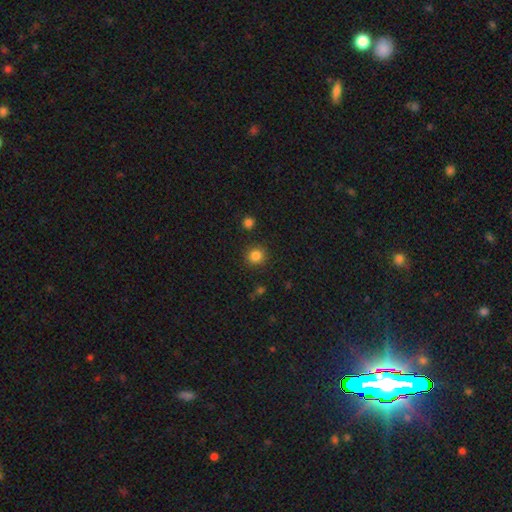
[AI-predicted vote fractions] Overall: smooth (84%). How rounded: round (91%). Merging: none (89%).